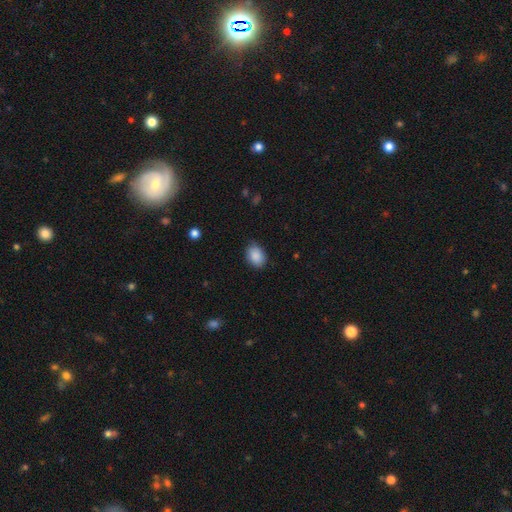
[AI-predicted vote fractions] smooth 88%, star or artifact 7%, featured or disk 5%. Down the decision tree: how rounded — in between (74%); merging — none (80%).